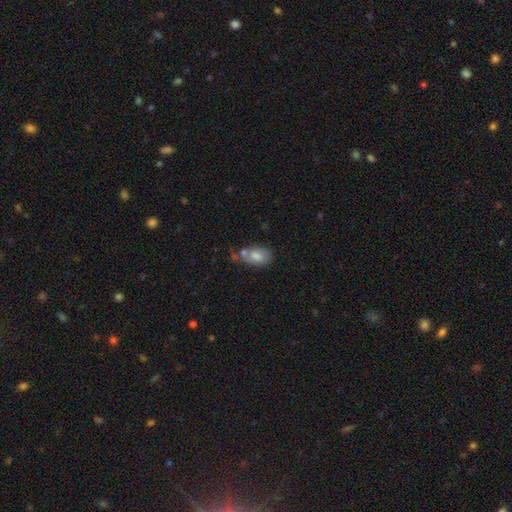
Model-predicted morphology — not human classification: smooth 75%, featured or disk 18%, star or artifact 8%. Down the decision tree: how rounded — in between (88%); merging — none (45%).